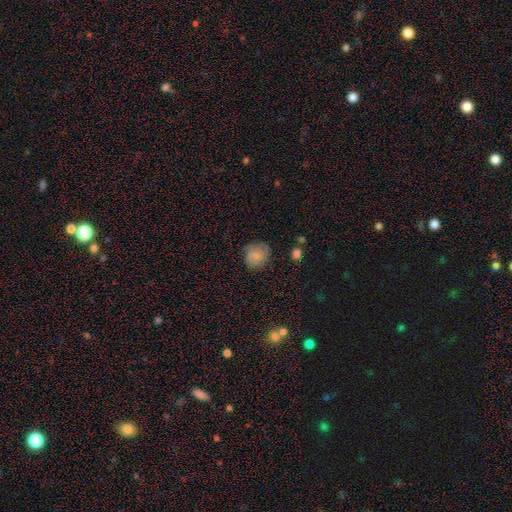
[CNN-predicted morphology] smooth 70%, featured or disk 21%, star or artifact 9%. Down the decision tree: how rounded — round (80%); merging — none (69%).